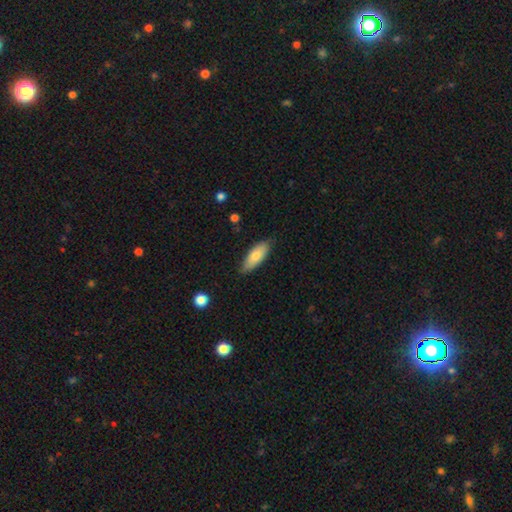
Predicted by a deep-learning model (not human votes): Overall: smooth (77%). How rounded: in between (76%). Merging: none (78%).